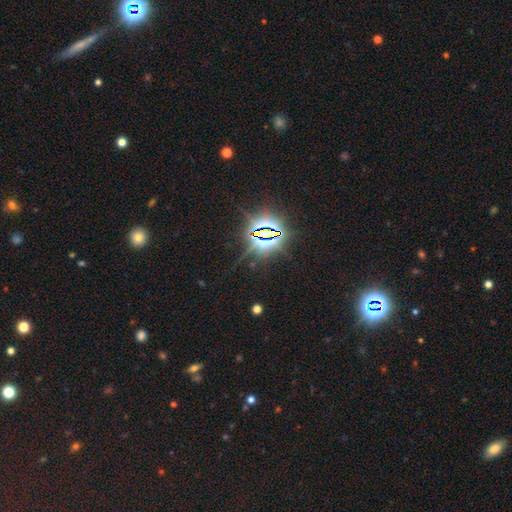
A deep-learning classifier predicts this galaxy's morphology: A star or artifact, not a galaxy (83%).